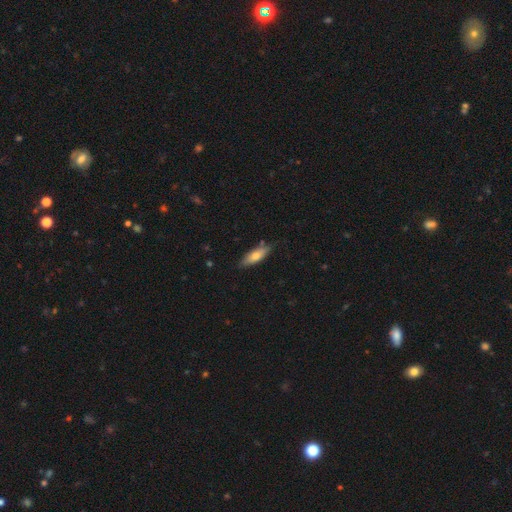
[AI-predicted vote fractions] This appears to be a smooth galaxy with no disk features (67%) that is in between round and cigar-shaped (54%). Merging: none (80%).